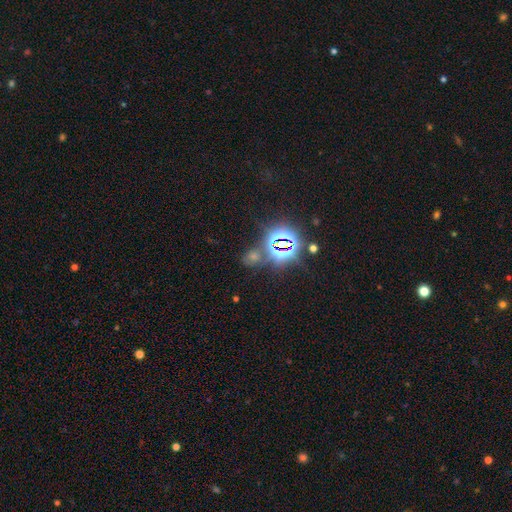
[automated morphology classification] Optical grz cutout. It shows a star or artifact, not a galaxy (67%).